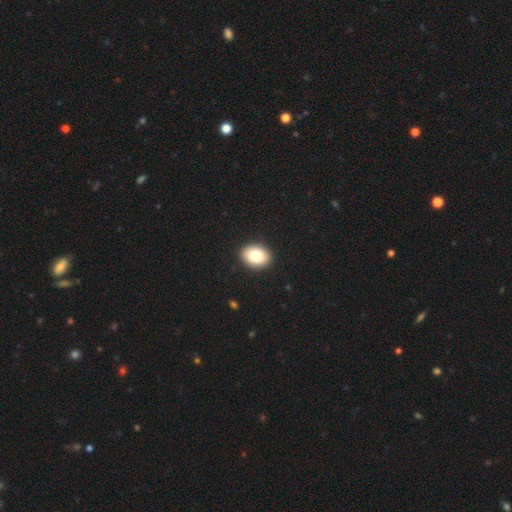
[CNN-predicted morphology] Smooth or featured: smooth — 82% (featured or disk — 10%)
How rounded: in between — 68% (round — 32%)
Merging: none — 91% (minor disturbance — 6%)